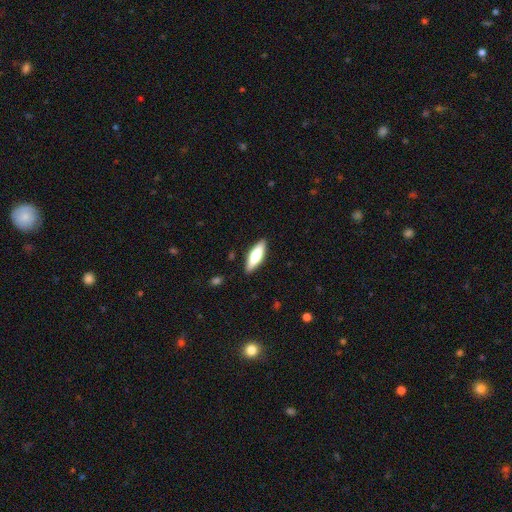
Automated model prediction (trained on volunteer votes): Smooth or featured?
  - smooth: 62% *
  - featured or disk: 32%
  - star or artifact: 6%
How rounded?
  - cigar-shaped: 50% *
  - in between: 49%
  - round: 2%
Merging?
  - none: 89% *
  - minor disturbance: 9%
  - major disturbance: 2%
  - merger: 1%